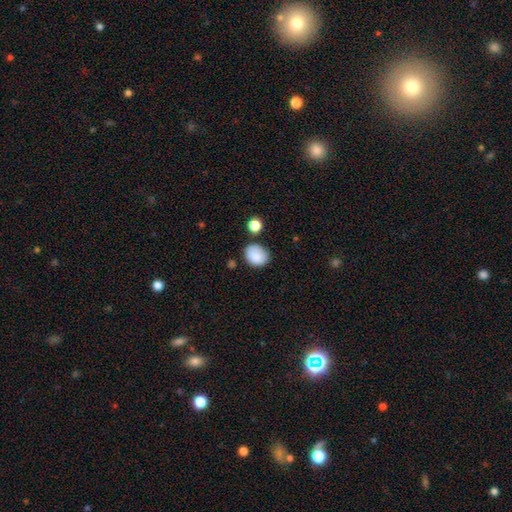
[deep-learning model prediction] This is clearly a smooth galaxy (86%). How rounded: possibly round (50%). Merging: likely none (71%).